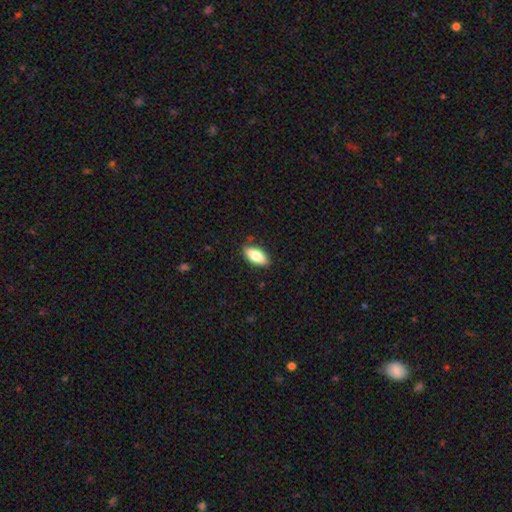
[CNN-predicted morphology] Q: Smooth or featured?
A: smooth (77%); runner-up: featured or disk (17%)
Q: How rounded?
A: in between (87%); runner-up: cigar-shaped (10%)
Q: Merging?
A: none (85%); runner-up: minor disturbance (11%)